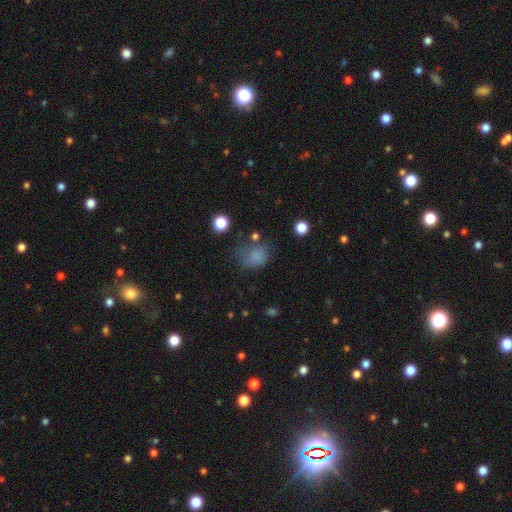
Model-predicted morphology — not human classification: A smooth galaxy with no disk features (74%) that is round (50%). Merging: none (46%).